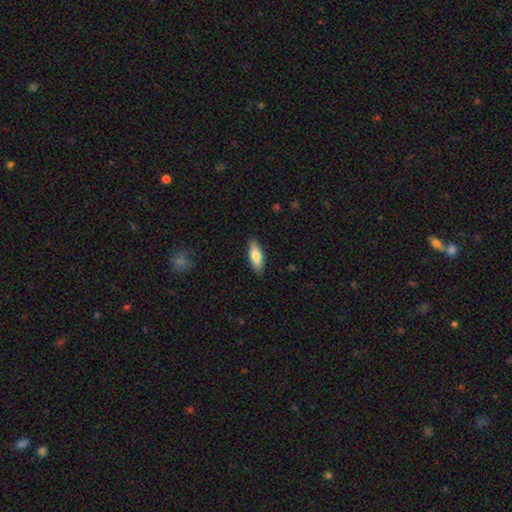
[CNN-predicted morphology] smooth-or-featured: smooth: 75% | featured or disk: 20% | star or artifact: 6%
  how-rounded: in between: 66% | cigar-shaped: 32% | round: 2%
  merging: none: 88% | minor disturbance: 9% | major disturbance: 2% | merger: 1%